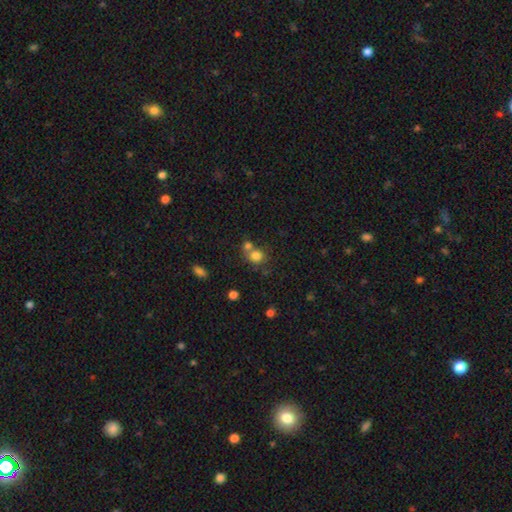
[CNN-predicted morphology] smooth-or-featured: smooth: 79% | star or artifact: 12% | featured or disk: 9%
  how-rounded: round: 81% | in between: 18% | cigar-shaped: 1%
  merging: none: 45% | merger: 42% | minor disturbance: 9% | major disturbance: 4%